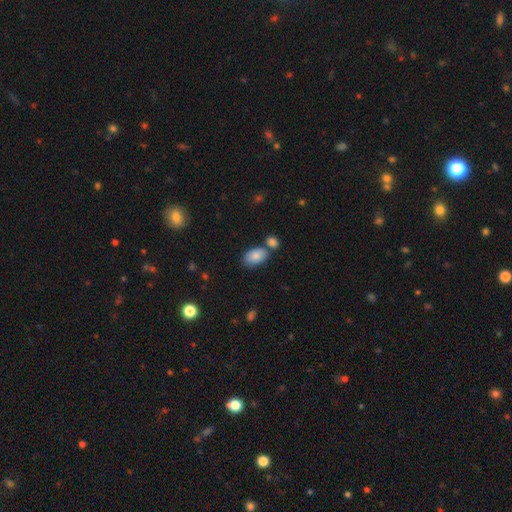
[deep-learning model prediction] The model was most divided on "merging": none: 61%, merger: 21%, minor disturbance: 14%, major disturbance: 4%. More confident: how rounded — in between (93%); smooth or featured — smooth (85%).